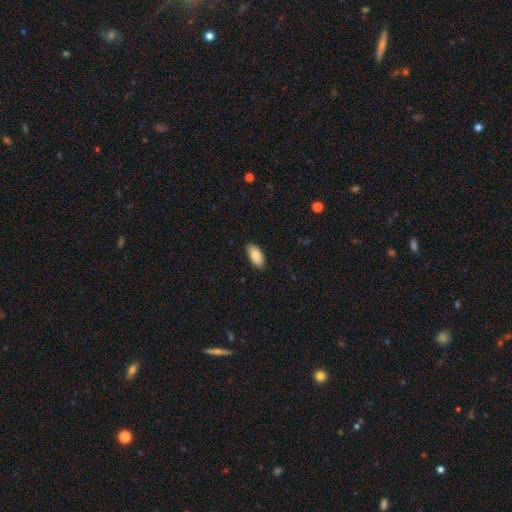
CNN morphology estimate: Q: Smooth or featured?
A: smooth (84%); runner-up: featured or disk (10%)
Q: How rounded?
A: in between (93%); runner-up: cigar-shaped (5%)
Q: Merging?
A: none (88%); runner-up: minor disturbance (9%)